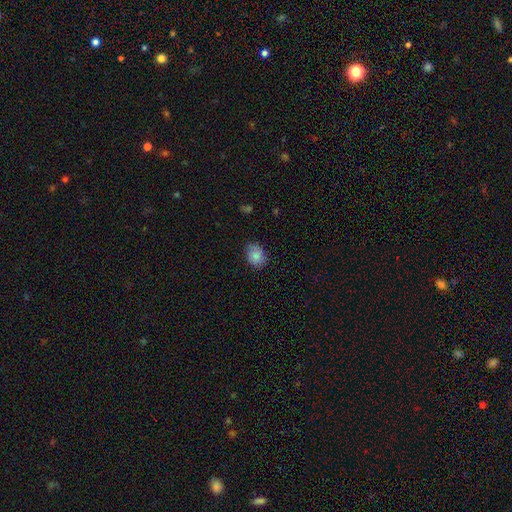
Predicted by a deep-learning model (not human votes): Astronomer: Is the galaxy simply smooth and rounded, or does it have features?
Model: smooth — 86%.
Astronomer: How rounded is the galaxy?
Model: round — 51% (runner-up: in between, 48%).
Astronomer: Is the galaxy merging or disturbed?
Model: none — 74%.